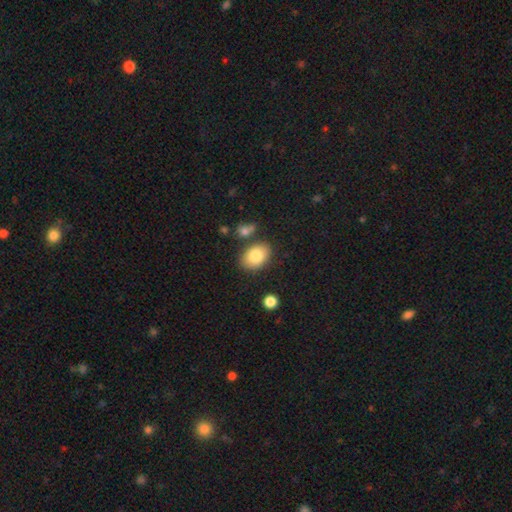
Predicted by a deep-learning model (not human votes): Smooth or featured? Predicted: smooth (p=0.82). How rounded? Predicted: in between (p=0.80). Merging? Predicted: none (p=0.78).